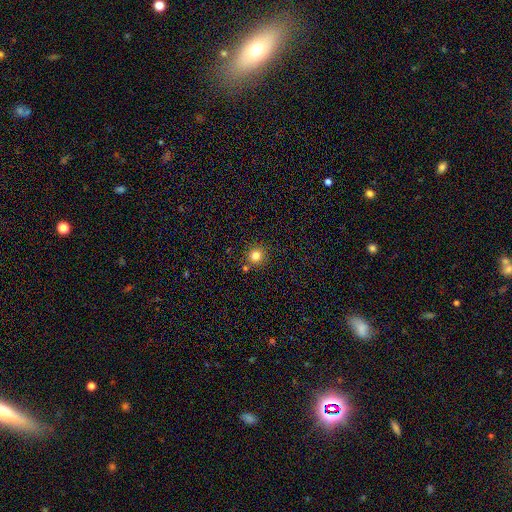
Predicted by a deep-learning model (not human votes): Morphology: type=smooth (82%); roundness=round (92%); merging=none (83%).